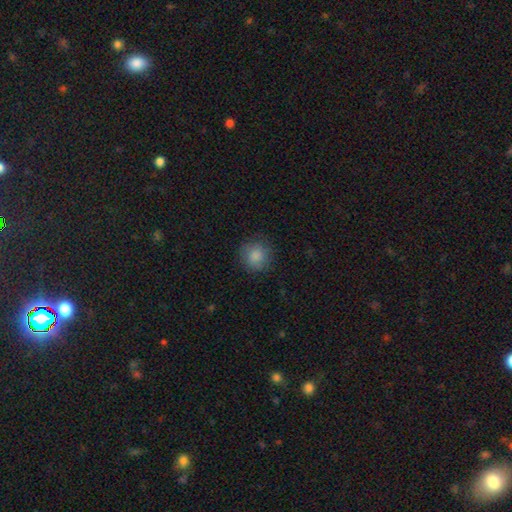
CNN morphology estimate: Overall: smooth (86%). How rounded: round (91%). Merging: none (85%).